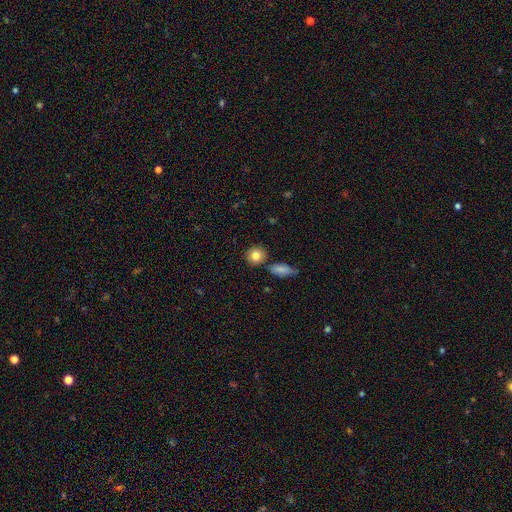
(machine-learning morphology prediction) smooth-or-featured: smooth: 81% | featured or disk: 10% | star or artifact: 9%
  how-rounded: round: 83% | in between: 16% | cigar-shaped: 2%
  merging: none: 80% | minor disturbance: 10% | merger: 8% | major disturbance: 3%